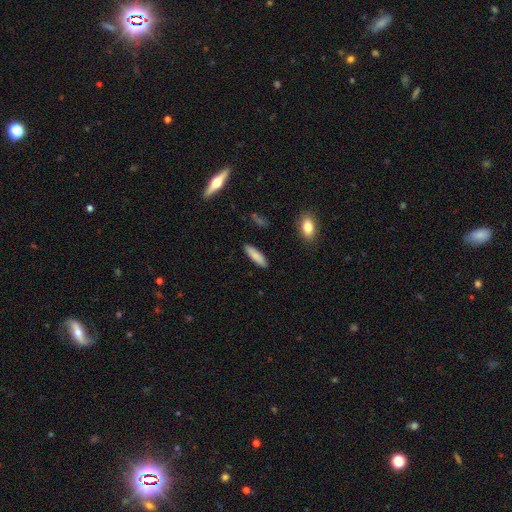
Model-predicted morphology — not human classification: This is clearly a smooth galaxy (84%). How rounded: likely cigar-shaped (62%). Merging: clearly none (89%).